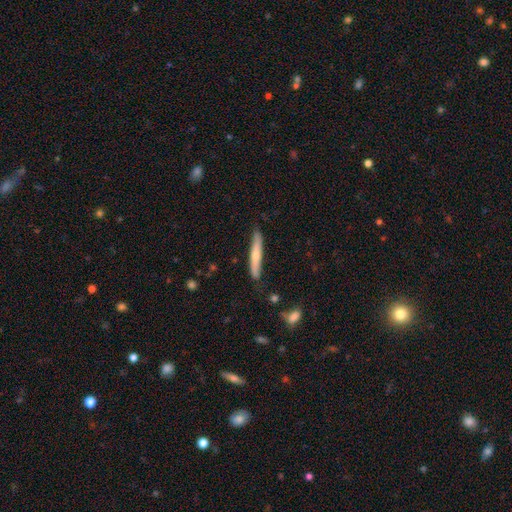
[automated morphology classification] smooth-or-featured: smooth: 58% | featured or disk: 36% | star or artifact: 5%
  how-rounded: cigar-shaped: 94% | in between: 5% | round: 1%
  merging: none: 84% | minor disturbance: 13% | major disturbance: 2% | merger: 2%